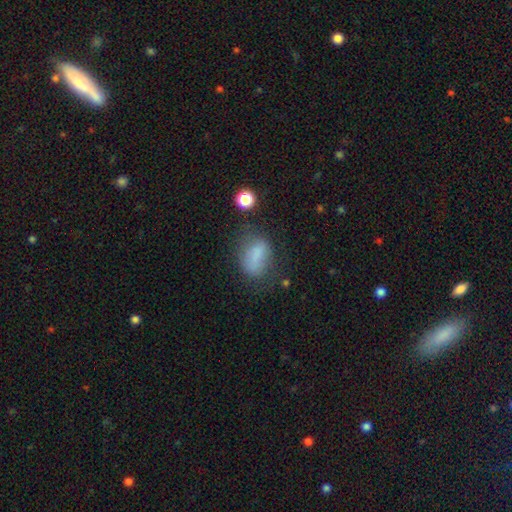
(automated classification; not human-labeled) smooth_or_featured: smooth (p=0.74) [alt: featured or disk p=0.14]
how_rounded: in between (p=0.81) [alt: round p=0.15]
merging: none (p=0.56) [alt: minor disturbance p=0.25]